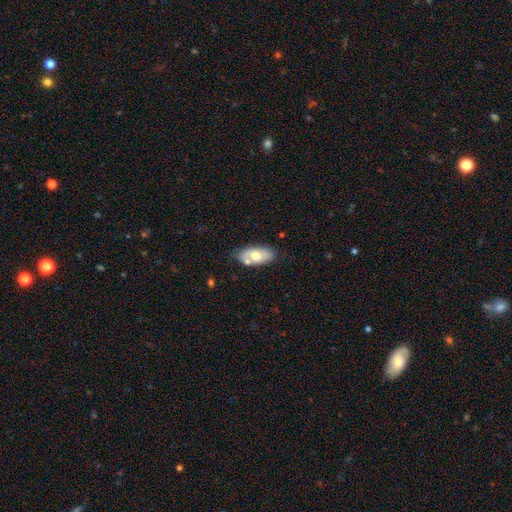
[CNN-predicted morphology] smooth-or-featured: smooth: 57% | featured or disk: 37% | star or artifact: 6%
  how-rounded: in between: 93% | round: 4% | cigar-shaped: 4%
  merging: none: 71% | minor disturbance: 17% | merger: 9% | major disturbance: 4%